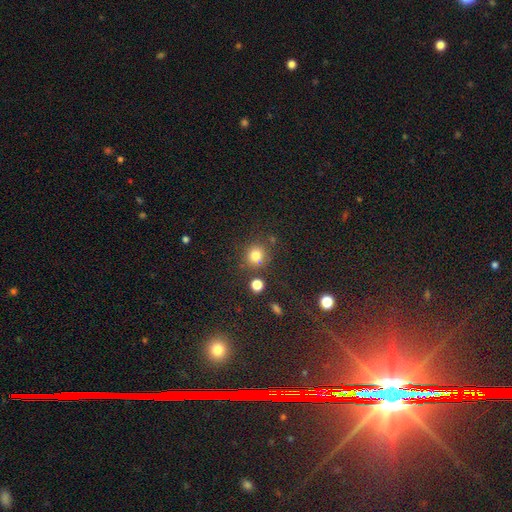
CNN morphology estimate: smooth-or-featured: smooth: 78% | star or artifact: 16% | featured or disk: 7%
  how-rounded: round: 88% | in between: 11% | cigar-shaped: 1%
  merging: none: 75% | minor disturbance: 10% | merger: 10% | major disturbance: 4%